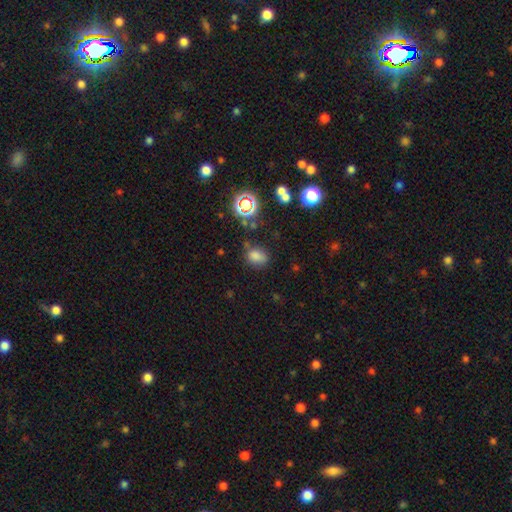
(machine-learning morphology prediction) Smooth or featured: smooth — 76% (star or artifact — 18%)
How rounded: in between — 63% (round — 35%)
Merging: none — 70% (minor disturbance — 19%)